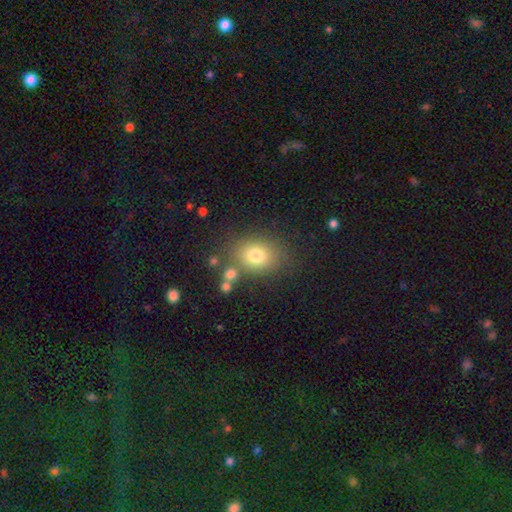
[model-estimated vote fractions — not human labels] A smooth galaxy with no disk features (77%) that is in between round and cigar-shaped (54%).

Vote fractions:
- Smooth or featured? smooth: 77% / star or artifact: 12% / featured or disk: 10%
- How rounded? in between: 54% / round: 45% / cigar-shaped: 1%
- Merging? none: 75% / minor disturbance: 12% / merger: 8% / major disturbance: 5%